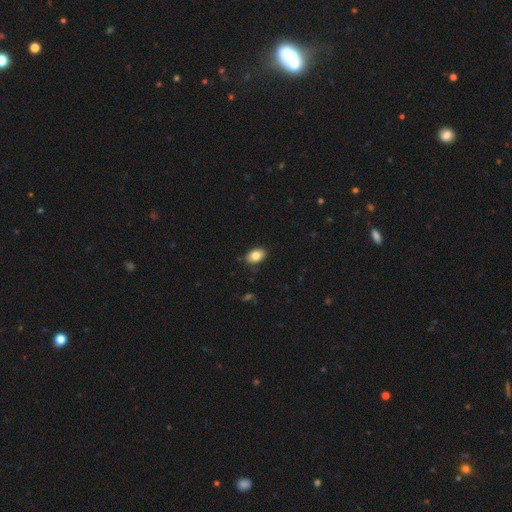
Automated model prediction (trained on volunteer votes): The model was most divided on "merging": none: 85%, minor disturbance: 12%, major disturbance: 2%, merger: 1%. More confident: how rounded — in between (87%); smooth or featured — smooth (83%).